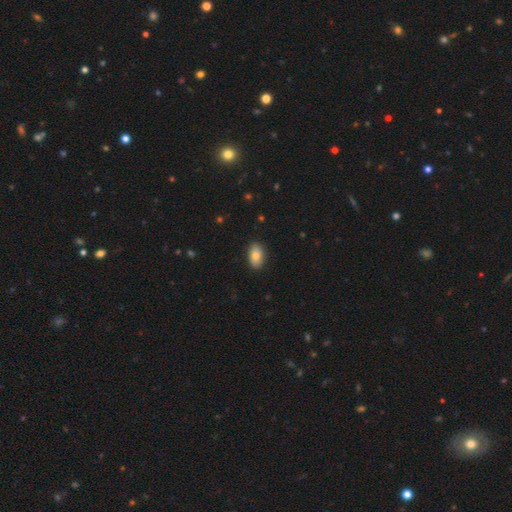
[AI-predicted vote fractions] This appears to be a smooth galaxy with no disk features (81%) that is in between round and cigar-shaped (92%). Merging: none (89%).